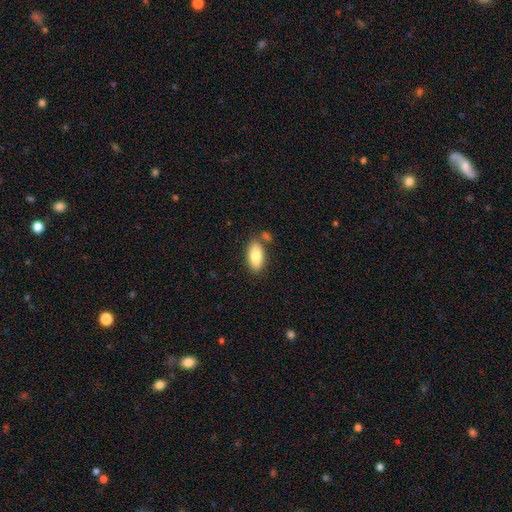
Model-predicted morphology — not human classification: This appears to be a smooth galaxy with no disk features (82%) that is in between round and cigar-shaped (90%). Merging: none (73%).